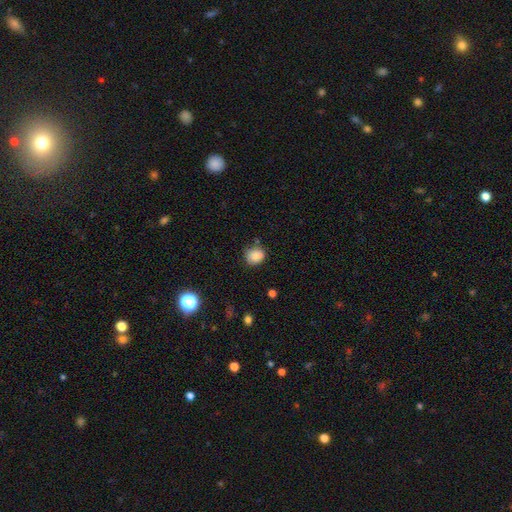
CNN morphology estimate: A smooth galaxy with no disk features (85%) that is round (71%). Merging: none (69%).